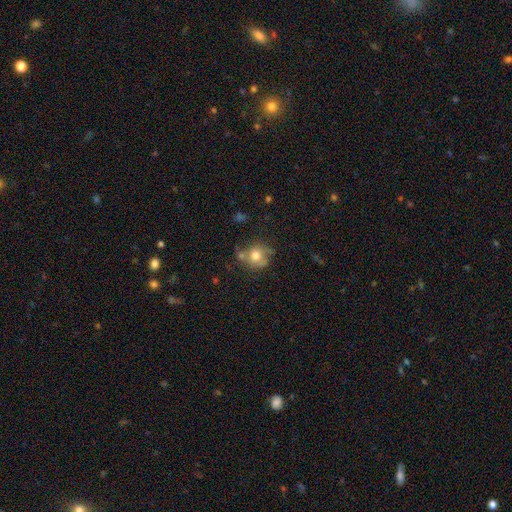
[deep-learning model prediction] Overall: smooth (68%). How rounded: round (81%). Merging: none (50%; minor disturbance 23%).